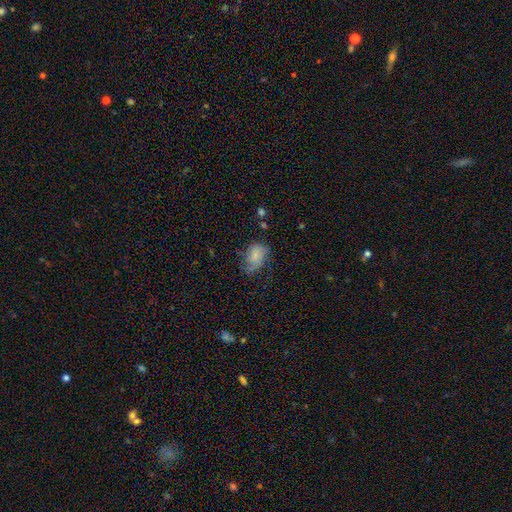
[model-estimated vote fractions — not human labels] The model was most divided on "merging": none: 44%, minor disturbance: 34%, major disturbance: 19%, merger: 2%. More confident: how rounded — in between (81%); smooth or featured — smooth (71%).